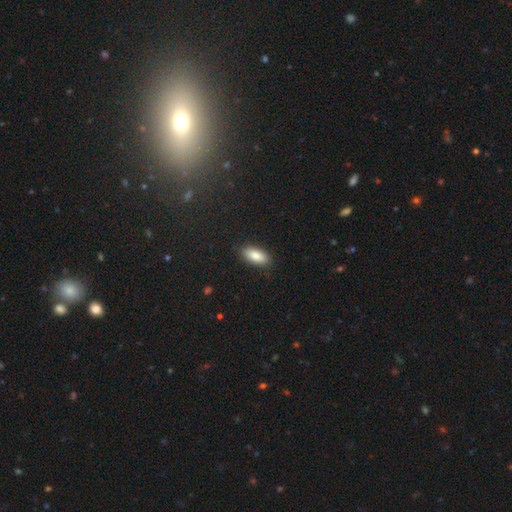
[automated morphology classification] type=smooth (86%); roundness=in between (85%); merging=none (87%).